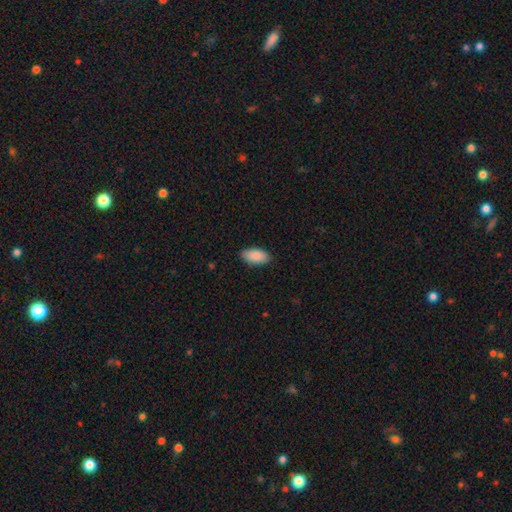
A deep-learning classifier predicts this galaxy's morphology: Smooth or featured? smooth (90%)
How rounded? in between (94%)
Merging? none (88%)